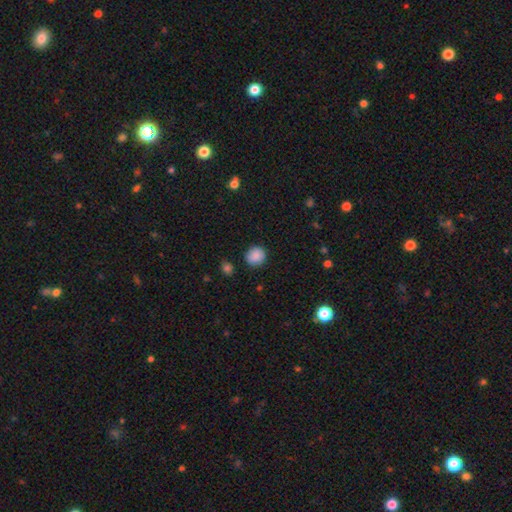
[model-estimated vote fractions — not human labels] smooth 88%, star or artifact 9%, featured or disk 4%. Down the decision tree: how rounded — round (87%); merging — none (86%).